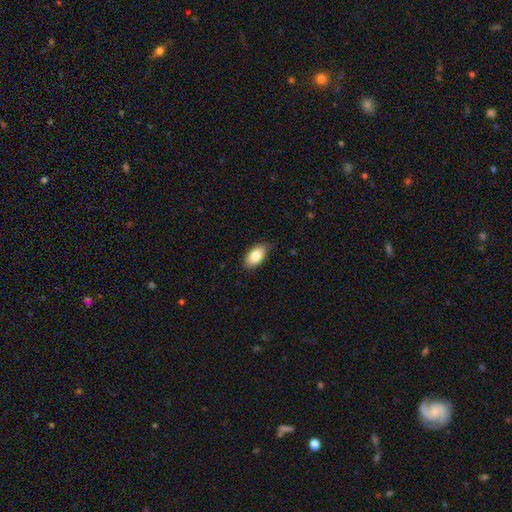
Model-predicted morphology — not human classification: type=smooth (83%); roundness=in between (93%); merging=none (82%).